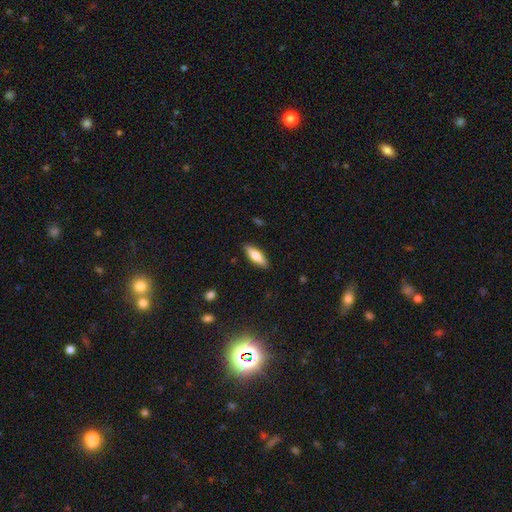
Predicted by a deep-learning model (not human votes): smooth 69%, featured or disk 25%, star or artifact 6%. Down the decision tree: how rounded — in between (51%); merging — none (89%).